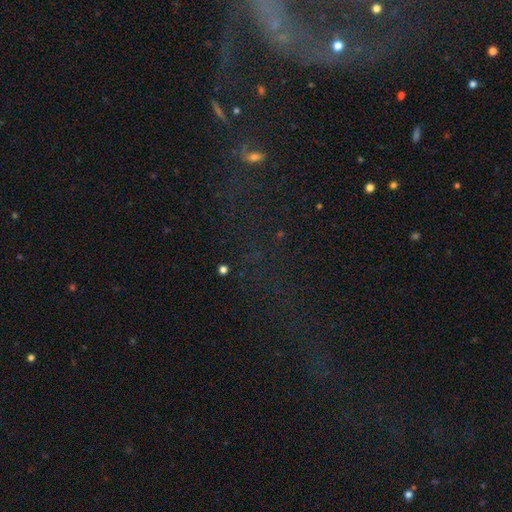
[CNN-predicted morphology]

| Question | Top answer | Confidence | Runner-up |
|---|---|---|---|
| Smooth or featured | star or artifact | 48% | featured or disk (38%) |